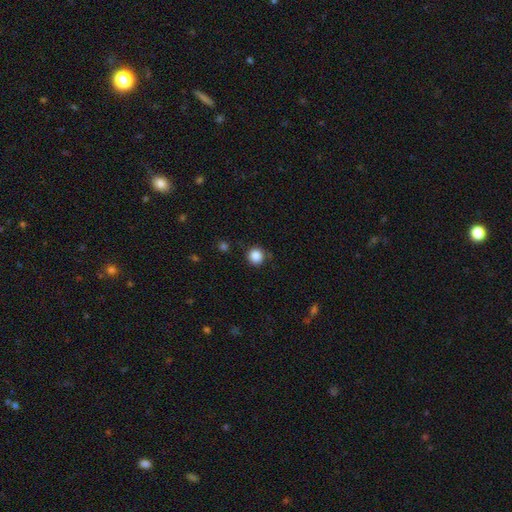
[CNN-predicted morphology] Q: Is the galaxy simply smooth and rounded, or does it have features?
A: smooth — 87%.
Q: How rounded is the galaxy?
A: round — 95%.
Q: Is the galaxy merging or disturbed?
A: none — 87%.